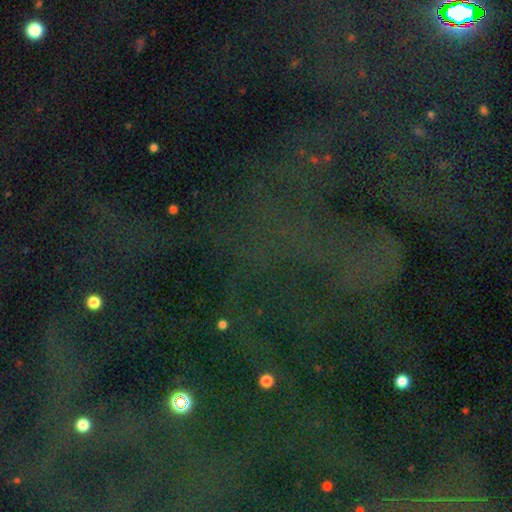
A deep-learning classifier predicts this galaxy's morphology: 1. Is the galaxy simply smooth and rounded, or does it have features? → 77% star or artifact, 12% smooth, 11% featured or disk.